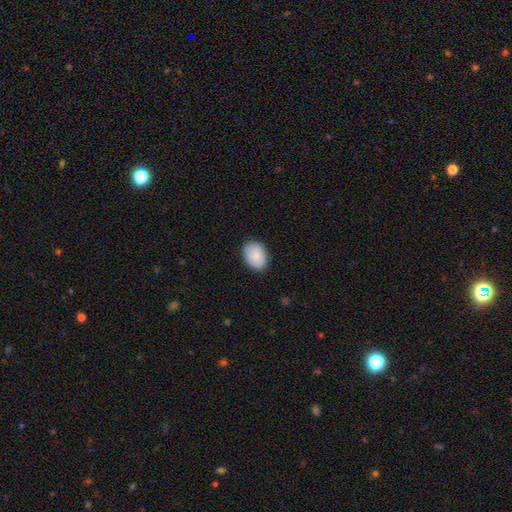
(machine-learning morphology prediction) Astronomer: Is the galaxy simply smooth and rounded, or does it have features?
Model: smooth — 82%.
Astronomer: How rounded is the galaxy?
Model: in between — 78%.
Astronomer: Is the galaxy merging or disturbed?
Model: none — 85%.